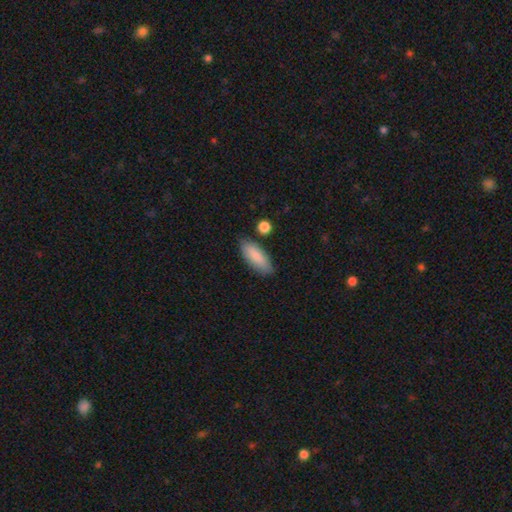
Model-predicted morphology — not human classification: The model was most divided on "how rounded": in between: 75%, cigar-shaped: 23%, round: 2%. More confident: smooth or featured — smooth (85%); merging — none (80%).